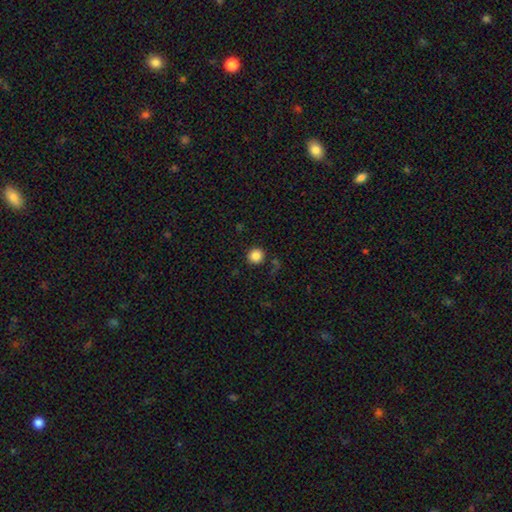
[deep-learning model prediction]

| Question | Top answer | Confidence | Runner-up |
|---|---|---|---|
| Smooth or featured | smooth | 86% | star or artifact (10%) |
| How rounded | round | 93% | in between (6%) |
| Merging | none | 87% | minor disturbance (7%) |